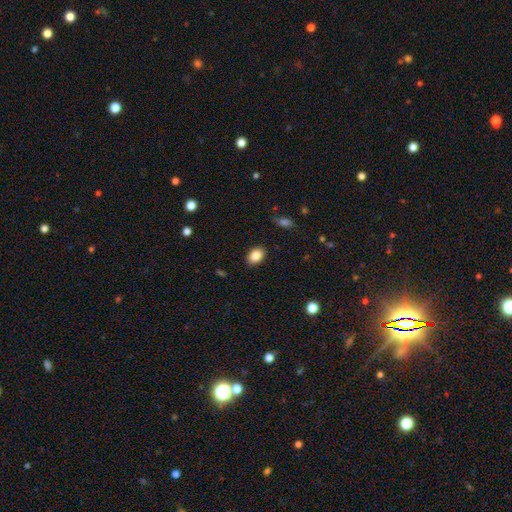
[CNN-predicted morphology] Overall: smooth (86%). How rounded: in between (81%). Merging: none (88%).